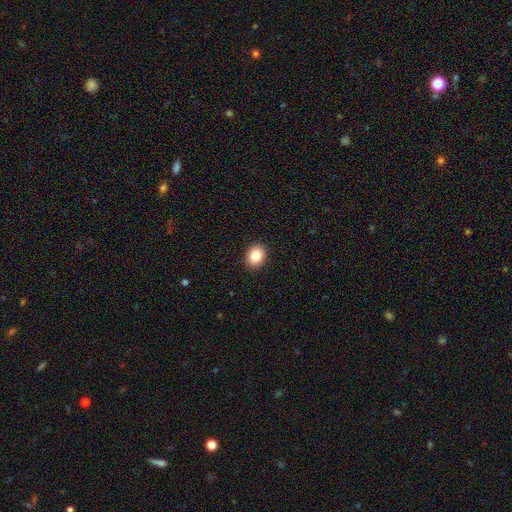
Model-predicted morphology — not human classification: type=smooth (86%); roundness=in between (55%); merging=none (91%).